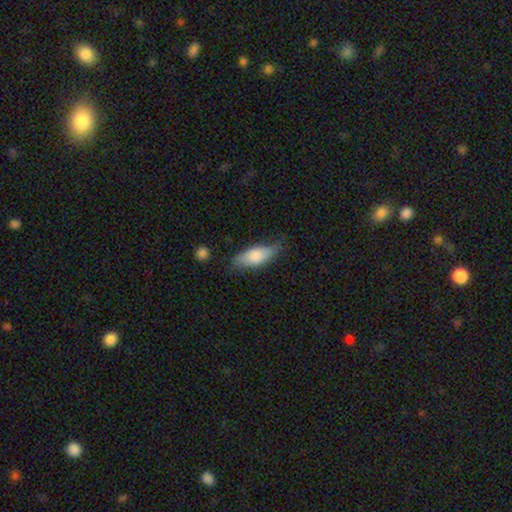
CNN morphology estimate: Smooth or featured?
  - smooth: 76% *
  - featured or disk: 18%
  - star or artifact: 6%
How rounded?
  - in between: 77% *
  - cigar-shaped: 20%
  - round: 2%
Merging?
  - none: 63% *
  - minor disturbance: 29%
  - major disturbance: 7%
  - merger: 2%